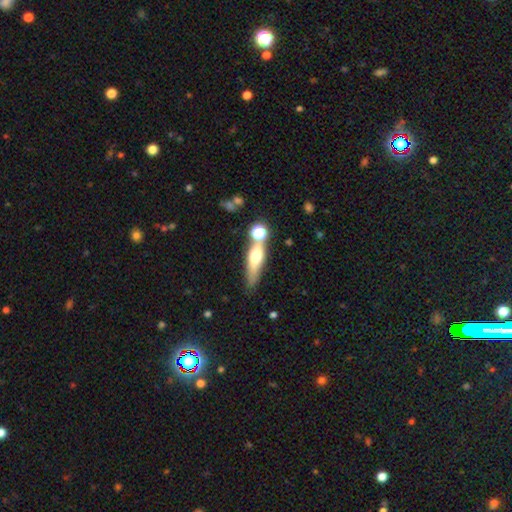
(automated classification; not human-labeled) Overall: smooth (51%; featured or disk 40%). How rounded: cigar-shaped (60%; in between 34%). Merging: none (58%; merger 21%).